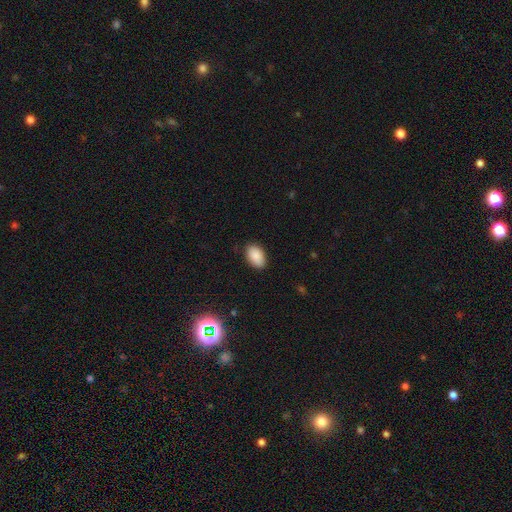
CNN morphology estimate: Smooth or featured?
  - smooth: 88% *
  - star or artifact: 8%
  - featured or disk: 4%
How rounded?
  - in between: 92% *
  - round: 7%
  - cigar-shaped: 1%
Merging?
  - none: 85% *
  - minor disturbance: 12%
  - major disturbance: 2%
  - merger: 1%